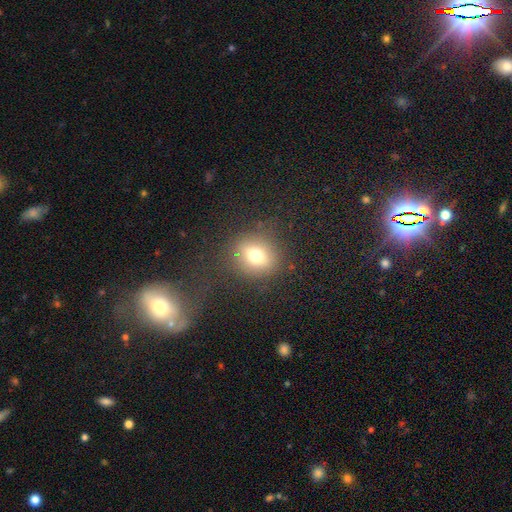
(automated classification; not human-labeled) This appears to be a smooth galaxy with no disk features (70%) that is round (76%). Merging: none (81%).